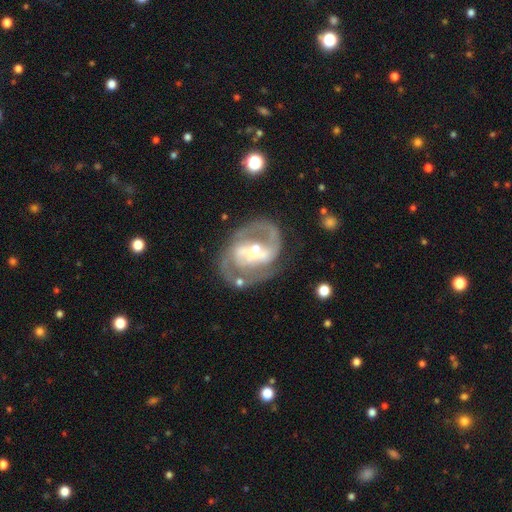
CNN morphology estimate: Smooth or featured: featured or disk — 87% (smooth — 7%)
Edge-on disk: no — 97% (yes — 3%)
Bar: weak — 40% (strong — 39%)
Spiral arms: yes — 94% (no — 6%)
Spiral winding: medium — 51% (tight — 33%)
Spiral arm count: 2 — 81% (can't tell — 8%)
Bulge size: moderate — 44% (small — 42%)
Merging: none — 68% (minor disturbance — 17%)